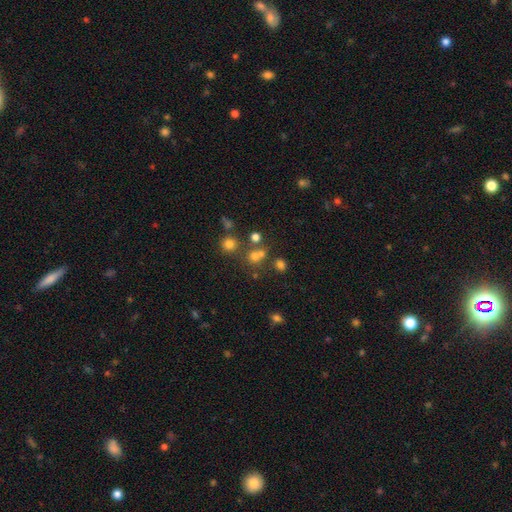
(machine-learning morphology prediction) smooth-or-featured: smooth: 64% | star or artifact: 24% | featured or disk: 12%
  how-rounded: round: 82% | in between: 17% | cigar-shaped: 1%
  merging: none: 57% | merger: 29% | minor disturbance: 9% | major disturbance: 5%